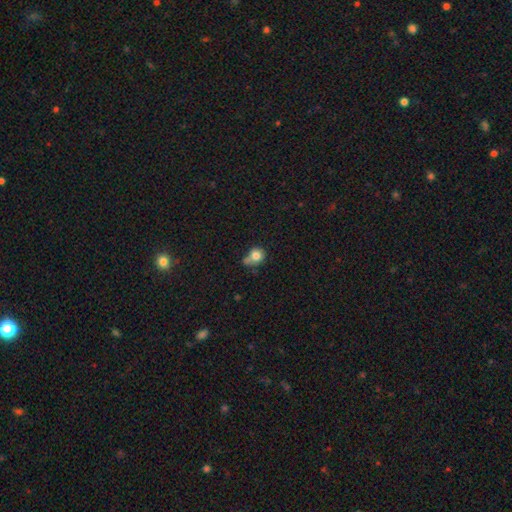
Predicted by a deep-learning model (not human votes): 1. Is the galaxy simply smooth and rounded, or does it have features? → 79% smooth, 11% featured or disk, 11% star or artifact.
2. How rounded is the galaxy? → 72% round, 27% in between, 1% cigar-shaped.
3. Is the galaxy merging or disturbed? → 39% none, 28% minor disturbance, 20% merger, 13% major disturbance.